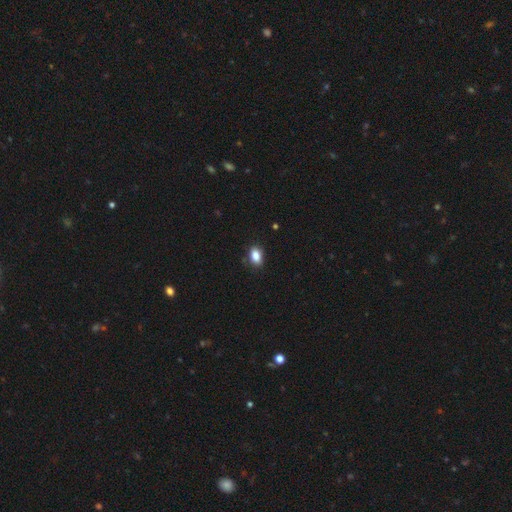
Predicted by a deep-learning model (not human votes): Morphology: type=smooth (86%); roundness=in between (84%); merging=none (84%).